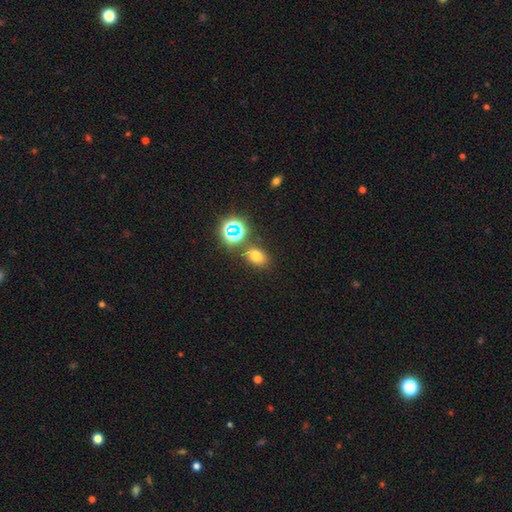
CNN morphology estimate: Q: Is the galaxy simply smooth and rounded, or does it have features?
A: smooth — 68%.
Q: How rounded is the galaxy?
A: in between — 66%.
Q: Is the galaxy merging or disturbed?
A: none — 76%.